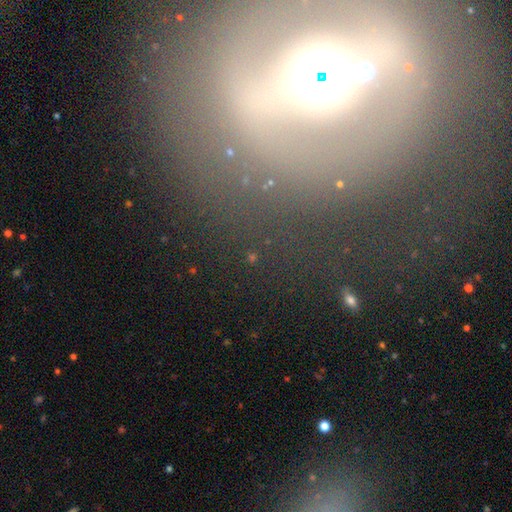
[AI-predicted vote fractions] Q: Smooth or featured?
A: star or artifact (45%); runner-up: featured or disk (30%)